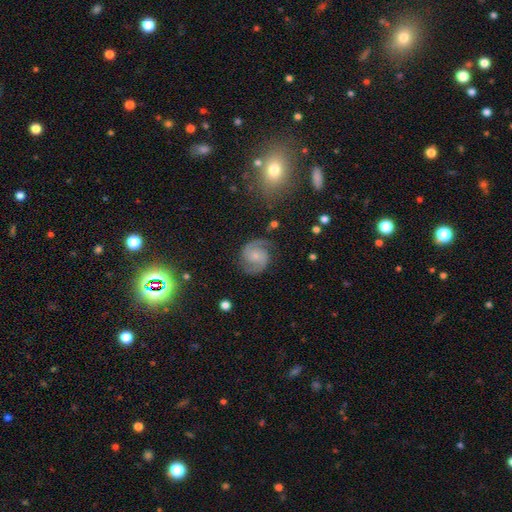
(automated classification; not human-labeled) A featured or disk galaxy (87%) with no bar (64%), 2 (92%) medium (54%) spiral arms (98%) and a small central bulge (65%). Merging: none (80%).